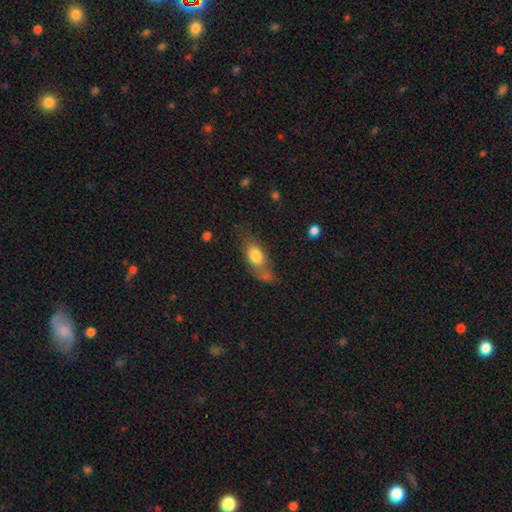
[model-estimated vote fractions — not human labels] Q: Smooth or featured?
A: smooth (73%); runner-up: featured or disk (19%)
Q: How rounded?
A: in between (77%); runner-up: cigar-shaped (15%)
Q: Merging?
A: none (49%); runner-up: minor disturbance (25%)